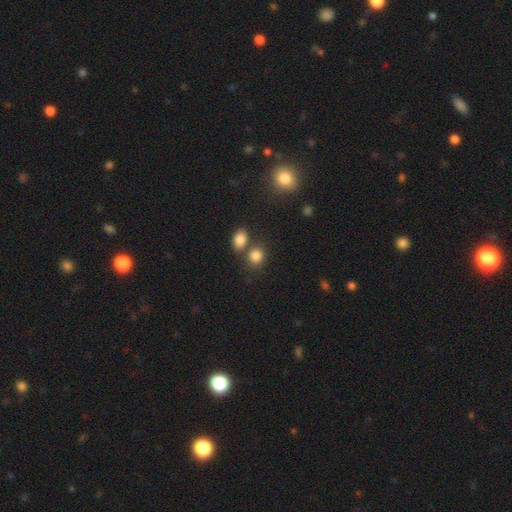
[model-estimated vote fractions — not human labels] Morphology: type=smooth (83%); roundness=round (61%); merging=none (57%).